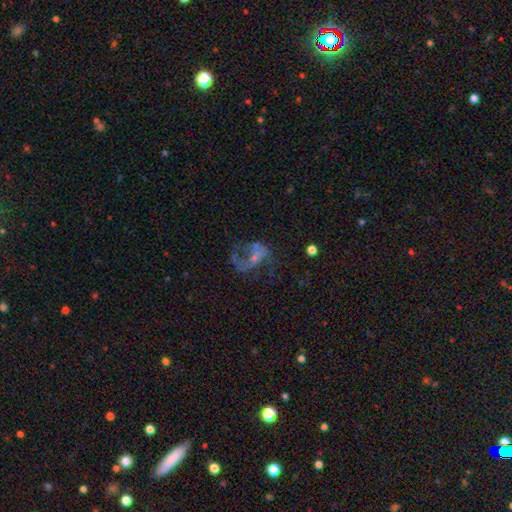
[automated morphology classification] Smooth or featured?
  - featured or disk: 72% *
  - smooth: 16%
  - star or artifact: 12%
Edge-on disk?
  - no: 97% *
  - yes: 3%
Bar?
  - no: 50% *
  - weak: 35%
  - strong: 15%
Spiral arms?
  - yes: 72% *
  - no: 28%
Spiral winding?
  - loose: 63% *
  - medium: 30%
  - tight: 7%
Spiral arm count?
  - 2: 65% *
  - 1: 21%
  - can't tell: 9%
  - 3: 3%
  - 4: 1%
  - more than 4: 1%
Bulge size?
  - small: 58% *
  - moderate: 23%
  - none: 15%
  - large: 2%
  - dominant: 1%
Merging?
  - major disturbance: 39% *
  - none: 37%
  - minor disturbance: 17%
  - merger: 7%